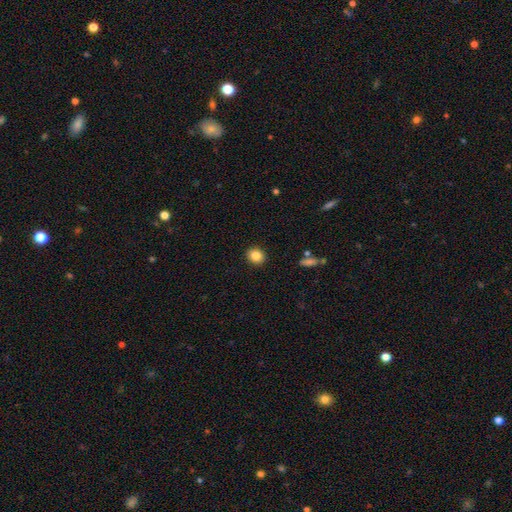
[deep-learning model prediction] smooth 86%, star or artifact 9%, featured or disk 5%. Down the decision tree: how rounded — round (65%); merging — none (91%).